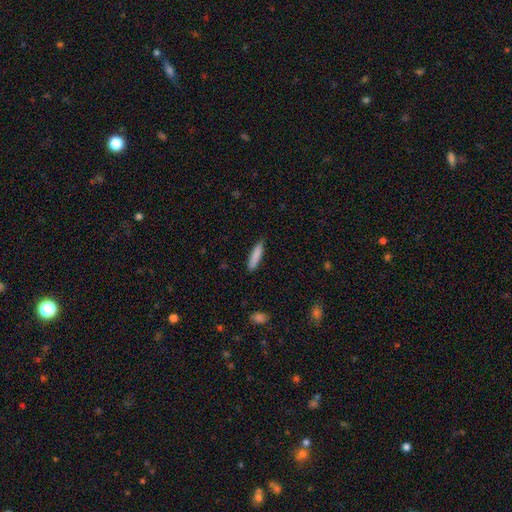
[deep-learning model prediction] smooth 85%, featured or disk 9%, star or artifact 6%. Down the decision tree: how rounded — cigar-shaped (80%); merging — none (86%).